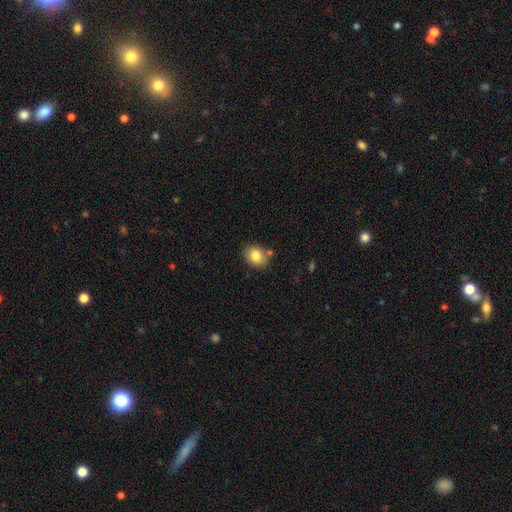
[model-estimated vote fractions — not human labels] Smooth or featured: smooth — 83% (featured or disk — 9%)
How rounded: in between — 55% (round — 44%)
Merging: none — 75% (minor disturbance — 14%)